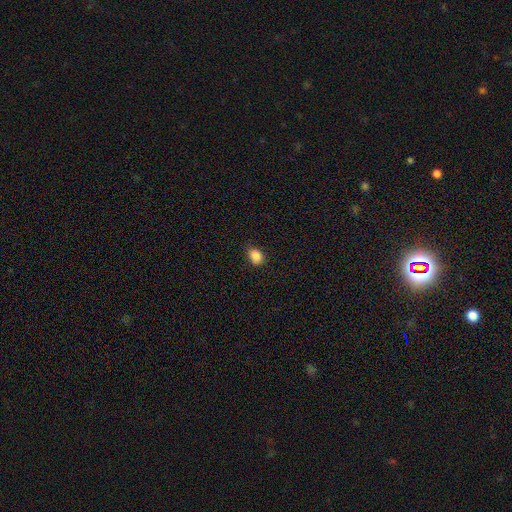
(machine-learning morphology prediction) smooth_or_featured: smooth (p=0.86) [alt: star or artifact p=0.10]
how_rounded: in between (p=0.57) [alt: round p=0.42]
merging: none (p=0.77) [alt: minor disturbance p=0.18]